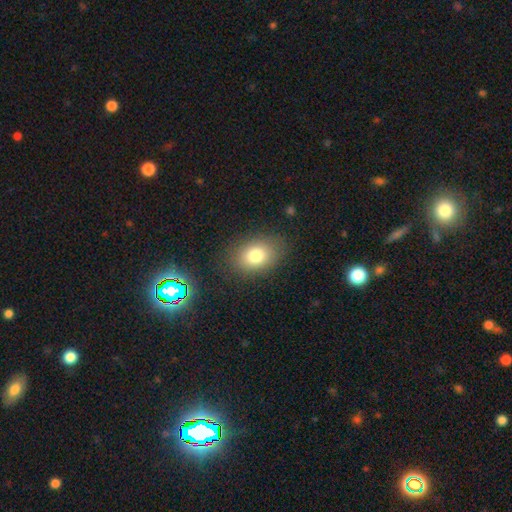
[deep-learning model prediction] Q: Smooth or featured?
A: smooth (79%); runner-up: star or artifact (11%)
Q: How rounded?
A: in between (71%); runner-up: round (28%)
Q: Merging?
A: none (83%); runner-up: minor disturbance (11%)